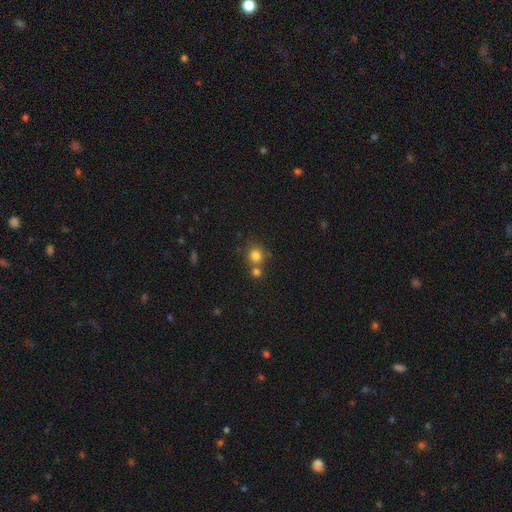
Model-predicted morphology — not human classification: This appears to be a smooth galaxy with no disk features (81%) that is round (87%). Merging: none (58%).